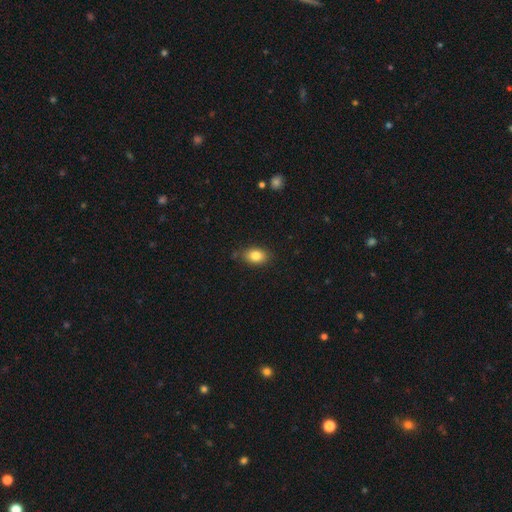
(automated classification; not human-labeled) A smooth galaxy with no disk features (83%) that is in between round and cigar-shaped (83%). Merging: none (82%).